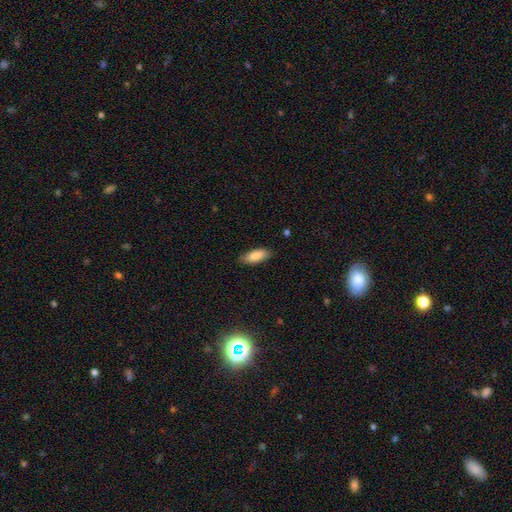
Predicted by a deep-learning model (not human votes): smooth-or-featured: smooth: 85% | featured or disk: 9% | star or artifact: 6%
  how-rounded: in between: 80% | cigar-shaped: 19% | round: 2%
  merging: none: 85% | minor disturbance: 11% | major disturbance: 2% | merger: 1%